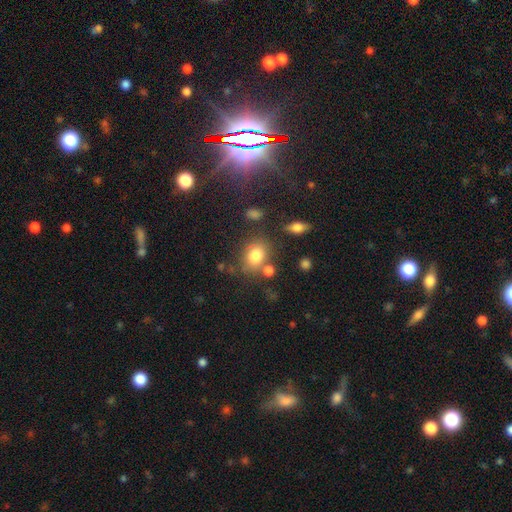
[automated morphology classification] type=smooth (79%); roundness=in between (53%); merging=none (65%).